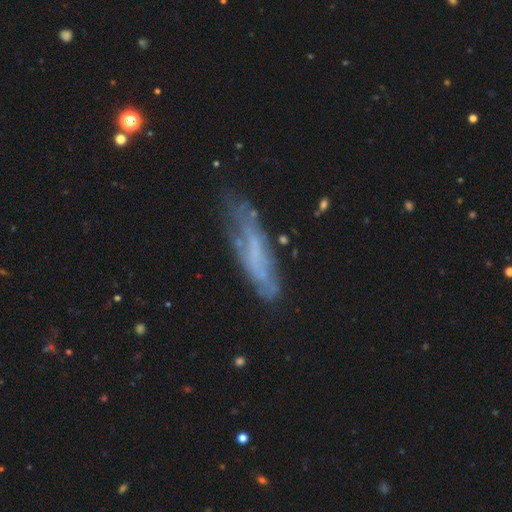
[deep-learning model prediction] This appears to be a featured or disk galaxy (54%). Merging: none (58%).